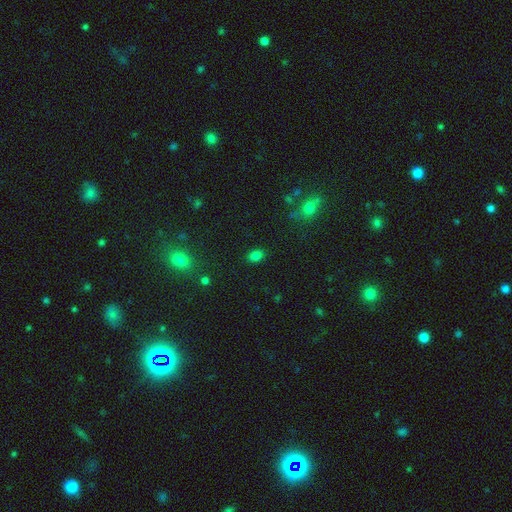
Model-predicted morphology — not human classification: type=smooth (77%); roundness=in between (73%); merging=none (86%).